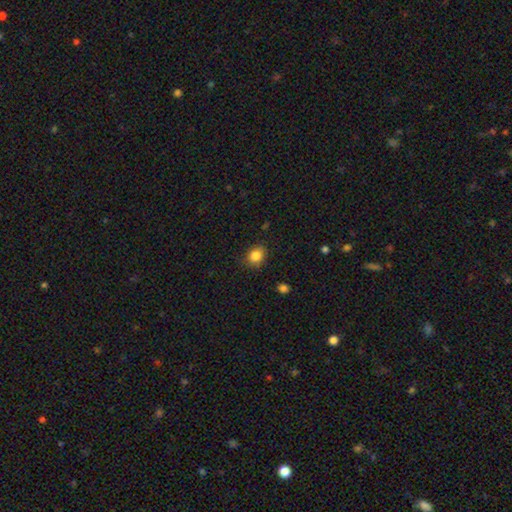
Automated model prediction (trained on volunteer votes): smooth-or-featured: smooth: 85% | star or artifact: 10% | featured or disk: 5%
  how-rounded: round: 65% | in between: 34% | cigar-shaped: 1%
  merging: none: 81% | minor disturbance: 14% | major disturbance: 3% | merger: 1%